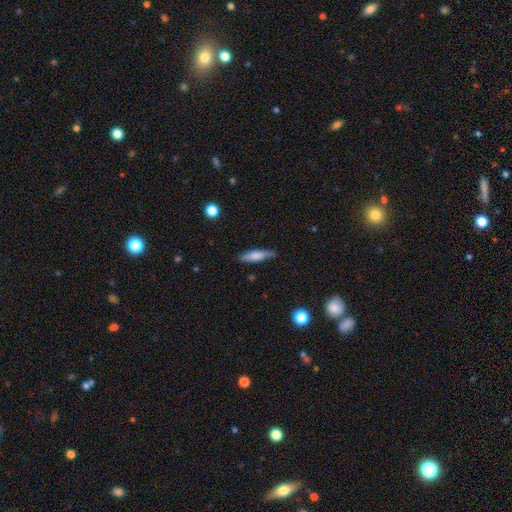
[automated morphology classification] This is likely a smooth galaxy (67%). How rounded: likely cigar-shaped (75%). Merging: likely none (78%).